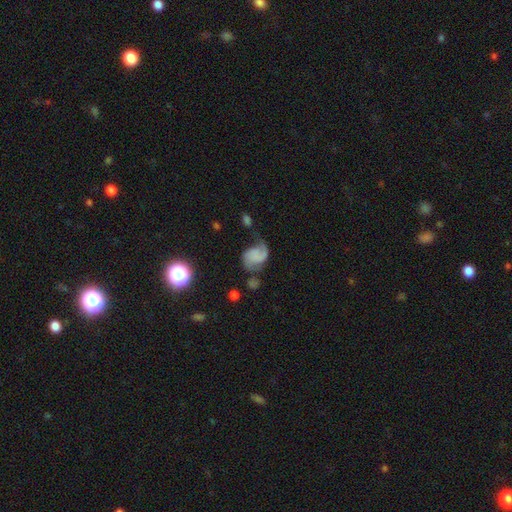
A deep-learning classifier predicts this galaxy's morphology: smooth_or_featured: featured or disk (p=0.63) [alt: smooth p=0.27]
disk_edge_on: no (p=0.98) [alt: yes p=0.02]
bar: no (p=0.67) [alt: weak p=0.25]
has_spiral_arms: yes (p=0.90) [alt: no p=0.10]
spiral_winding: loose (p=0.50) [alt: medium p=0.36]
spiral_arm_count: 2 (p=0.76) [alt: 1 p=0.16]
bulge_size: none (p=0.69) [alt: small p=0.15]
merging: none (p=0.42) [alt: major disturbance p=0.26]